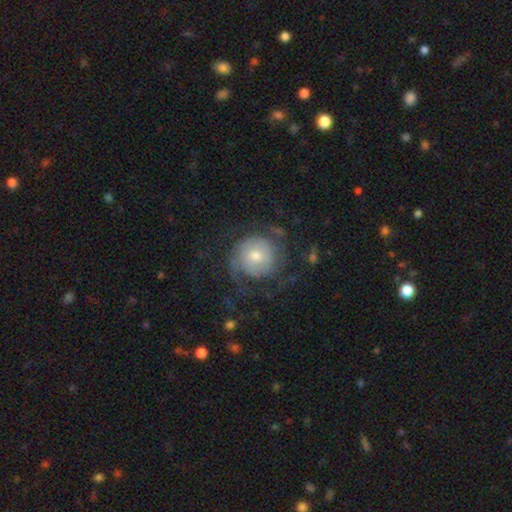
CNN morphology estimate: This appears to be a featured or disk galaxy (64%) with no bar (74%), tight (48%) spiral arms (84%) and a moderate central bulge (55%). Merging: none (61%).